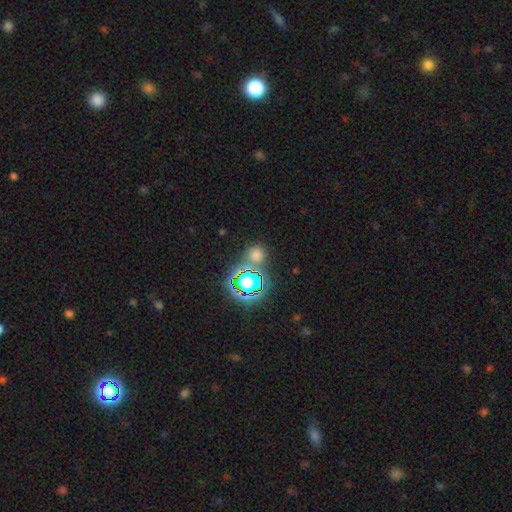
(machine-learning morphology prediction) Overall: smooth (56%; star or artifact 37%). How rounded: round (86%). Merging: none (72%).